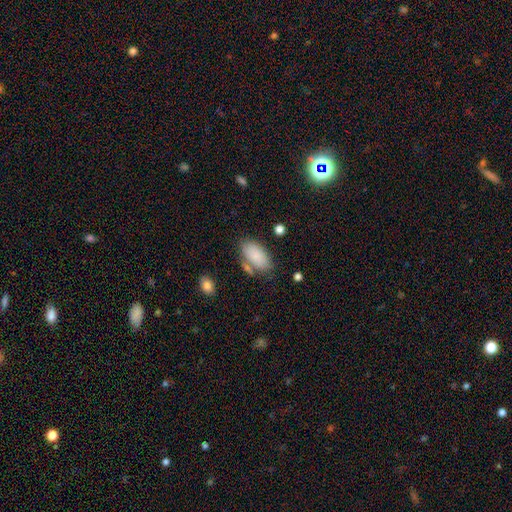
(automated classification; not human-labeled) Q: Smooth or featured?
A: smooth (85%); runner-up: featured or disk (9%)
Q: How rounded?
A: in between (94%); runner-up: round (3%)
Q: Merging?
A: none (64%); runner-up: minor disturbance (18%)